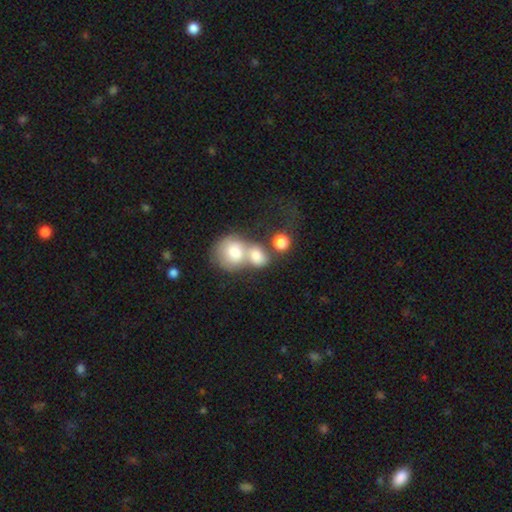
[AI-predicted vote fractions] Smooth or featured? Predicted: smooth (p=0.75). How rounded? Predicted: round (p=0.64). Merging? Predicted: merger (p=0.63).